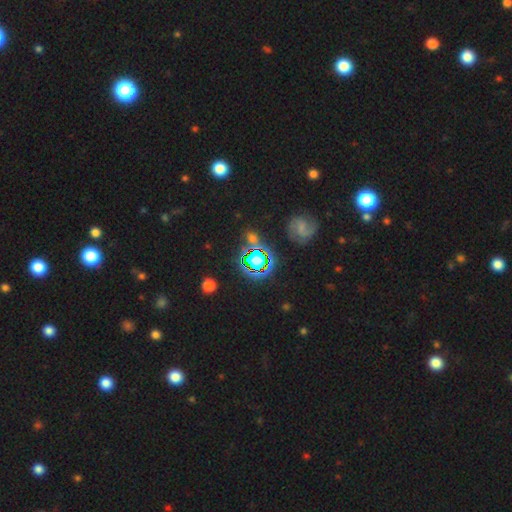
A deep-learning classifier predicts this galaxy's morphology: smooth_or_featured: star or artifact (p=0.75) [alt: smooth p=0.17]